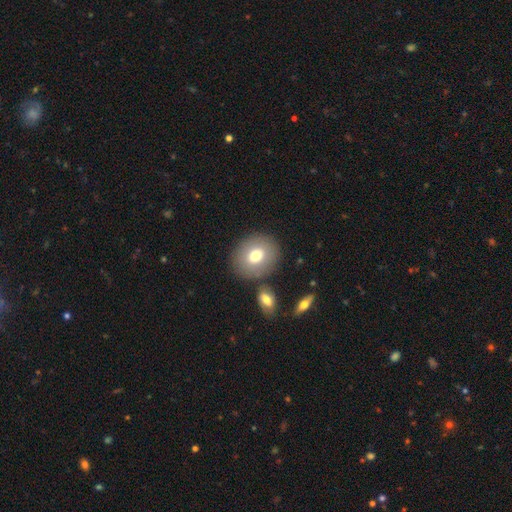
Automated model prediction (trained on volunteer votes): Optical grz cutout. It shows a smooth galaxy with no disk features (72%) that is round (61%). Merging: none (78%).